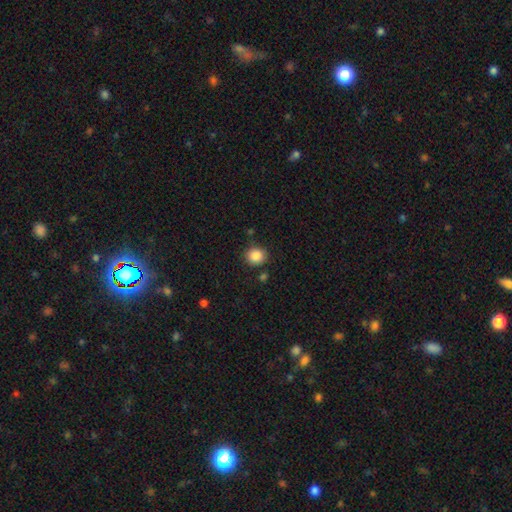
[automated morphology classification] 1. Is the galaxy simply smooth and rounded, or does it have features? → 87% smooth, 9% star or artifact, 3% featured or disk.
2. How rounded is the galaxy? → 86% round, 13% in between, 1% cigar-shaped.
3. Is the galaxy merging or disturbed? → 83% none, 10% minor disturbance, 4% merger, 3% major disturbance.